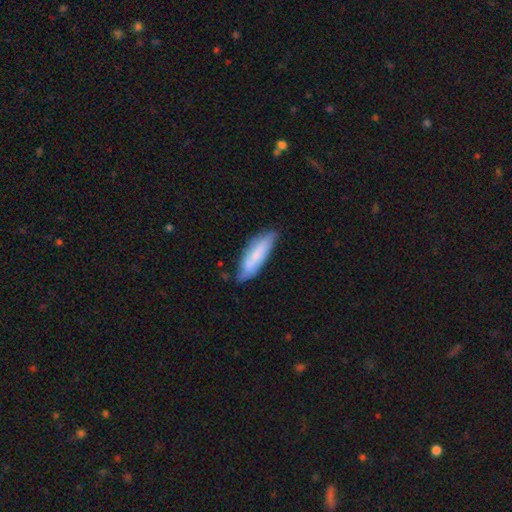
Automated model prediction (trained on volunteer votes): Overall: smooth (68%). How rounded: cigar-shaped (52%; in between 46%). Merging: none (65%; minor disturbance 27%).